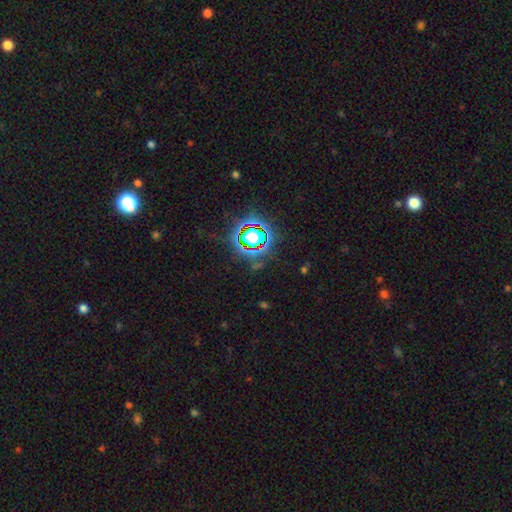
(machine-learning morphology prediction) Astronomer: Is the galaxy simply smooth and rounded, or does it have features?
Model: star or artifact — 80%.